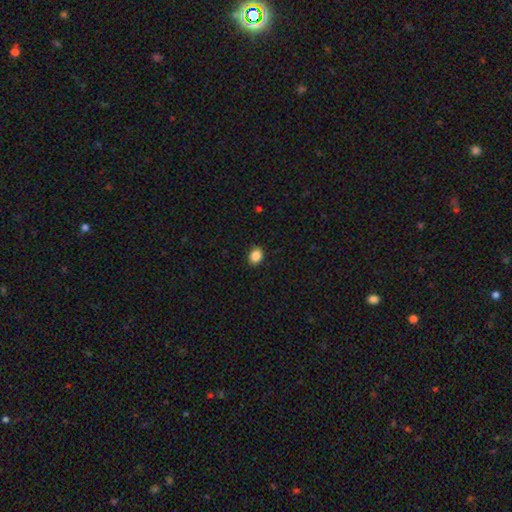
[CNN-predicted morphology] Smooth or featured?
  - smooth: 87% *
  - star or artifact: 9%
  - featured or disk: 3%
How rounded?
  - in between: 56% *
  - round: 43%
  - cigar-shaped: 1%
Merging?
  - none: 89% *
  - minor disturbance: 8%
  - major disturbance: 2%
  - merger: 1%